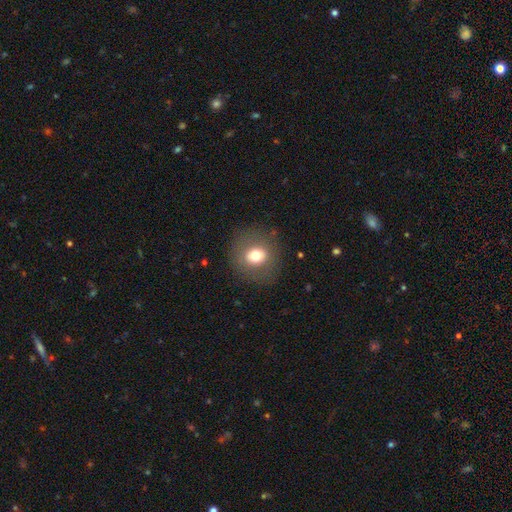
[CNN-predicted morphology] This appears to be a smooth galaxy with no disk features (69%) that is round (78%). Merging: none (85%).